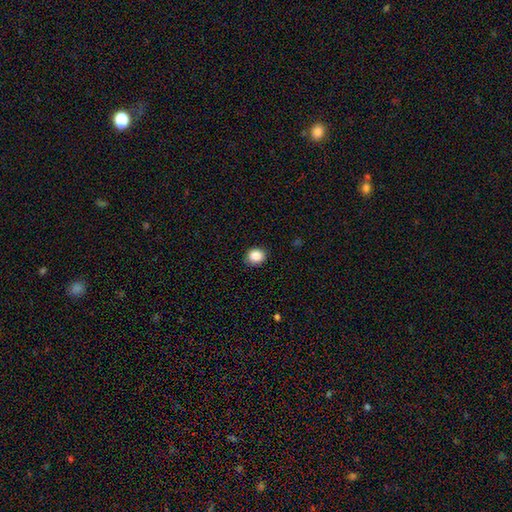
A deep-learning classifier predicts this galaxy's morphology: This is clearly a smooth galaxy (88%). How rounded: likely round (79%). Merging: clearly none (86%).